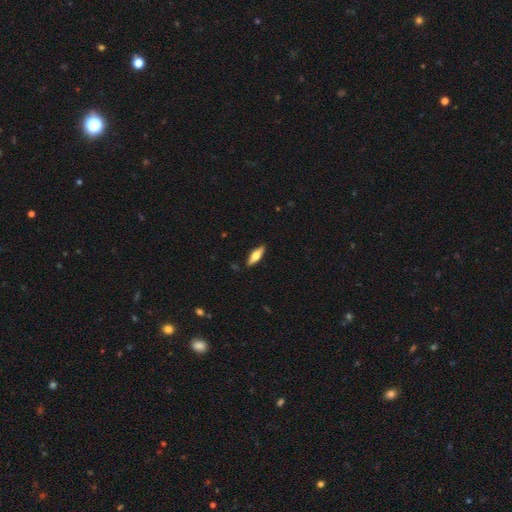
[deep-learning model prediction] A smooth galaxy with no disk features (59%) that is in between round and cigar-shaped (52%).

Vote fractions:
- Smooth or featured? smooth: 59% / featured or disk: 35% / star or artifact: 6%
- How rounded? in between: 52% / cigar-shaped: 45% / round: 2%
- Merging? none: 89% / minor disturbance: 9% / major disturbance: 2% / merger: 1%